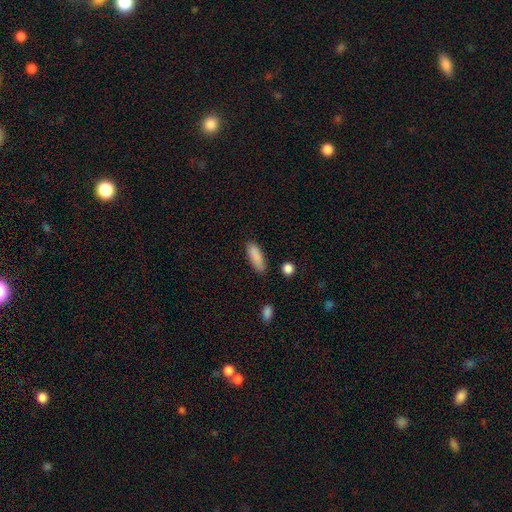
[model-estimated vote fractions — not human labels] Smooth or featured? smooth (88%)
How rounded? in between (54%)
Merging? none (83%)